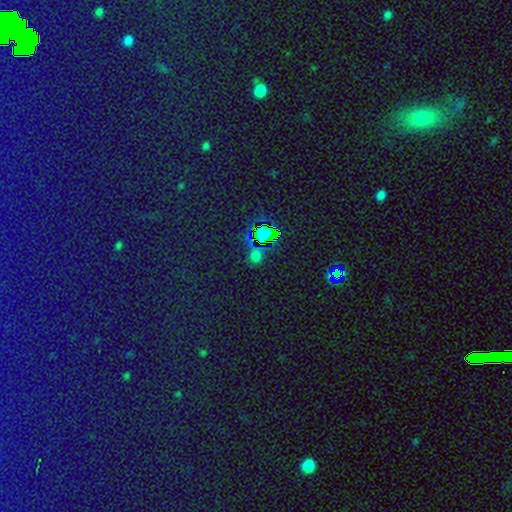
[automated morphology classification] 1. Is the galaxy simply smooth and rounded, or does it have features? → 59% star or artifact, 34% smooth, 7% featured or disk.